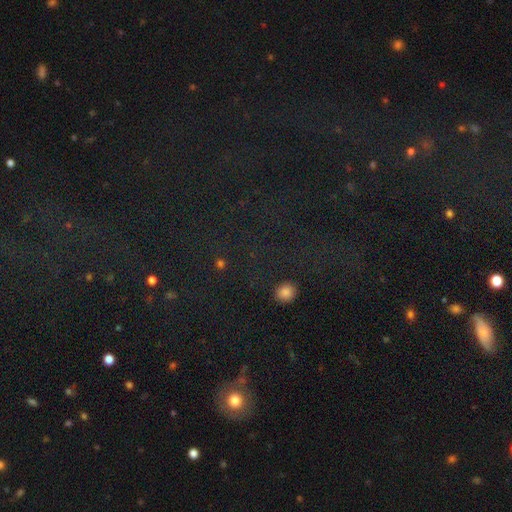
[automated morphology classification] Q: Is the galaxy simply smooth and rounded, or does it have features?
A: star or artifact — 69%.